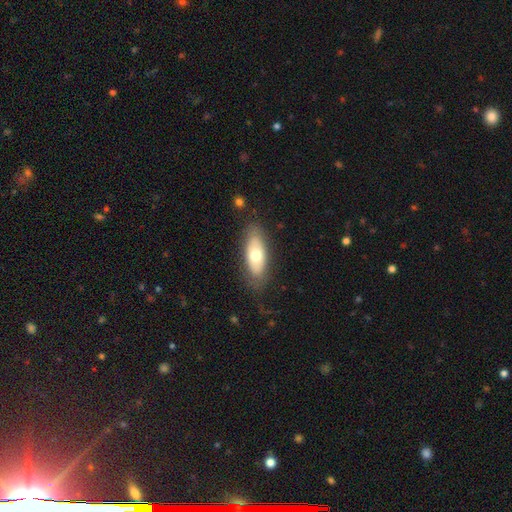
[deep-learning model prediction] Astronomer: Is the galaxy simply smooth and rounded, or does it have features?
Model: smooth — 63%.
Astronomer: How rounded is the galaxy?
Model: in between — 80%.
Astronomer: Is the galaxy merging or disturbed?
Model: none — 79%.